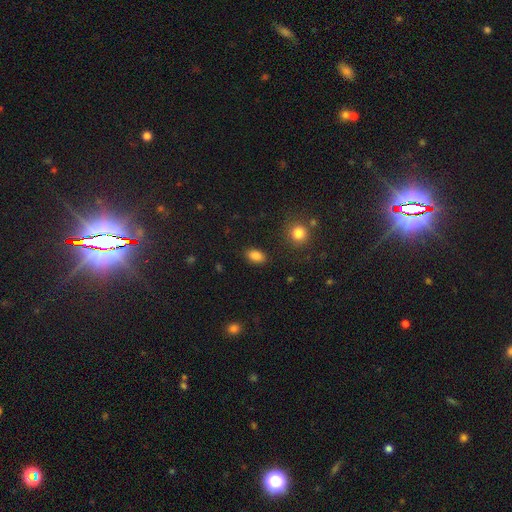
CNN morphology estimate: smooth-or-featured: smooth: 86% | star or artifact: 10% | featured or disk: 5%
  how-rounded: in between: 88% | round: 10% | cigar-shaped: 2%
  merging: none: 87% | minor disturbance: 9% | major disturbance: 3% | merger: 2%